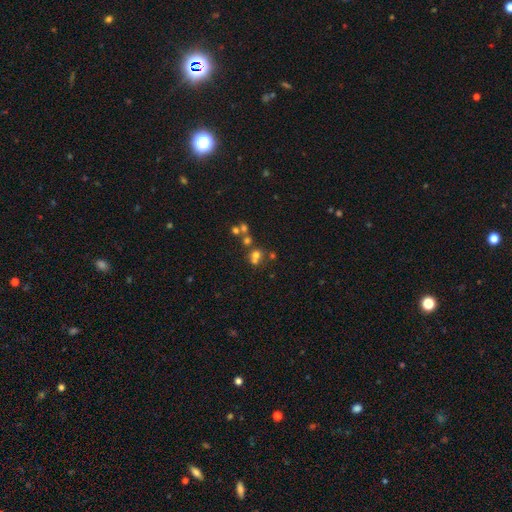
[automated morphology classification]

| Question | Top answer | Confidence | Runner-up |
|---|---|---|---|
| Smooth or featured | smooth | 58% | star or artifact (23%) |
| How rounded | round | 82% | in between (17%) |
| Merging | none | 46% | merger (42%) |